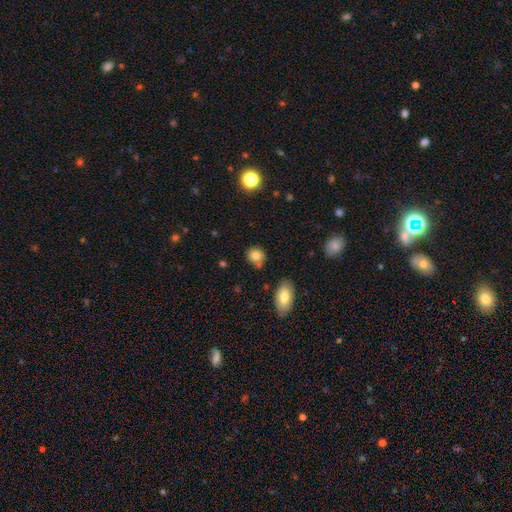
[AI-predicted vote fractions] Overall: smooth (81%). How rounded: round (76%). Merging: none (75%).